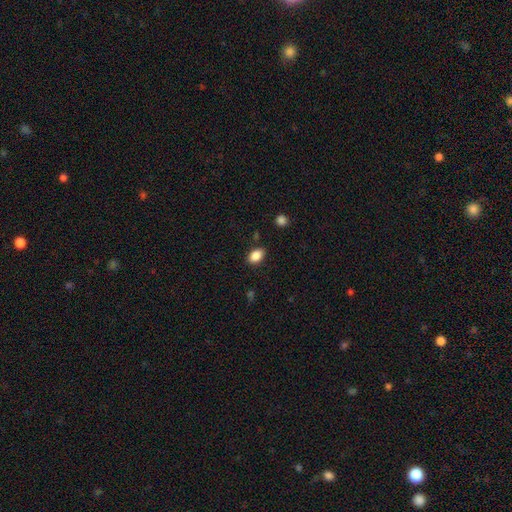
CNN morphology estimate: A smooth galaxy with no disk features (87%) that is in between round and cigar-shaped (84%).

Vote fractions:
- Smooth or featured? smooth: 87% / star or artifact: 8% / featured or disk: 5%
- How rounded? in between: 84% / round: 14% / cigar-shaped: 1%
- Merging? none: 84% / minor disturbance: 11% / major disturbance: 3% / merger: 2%